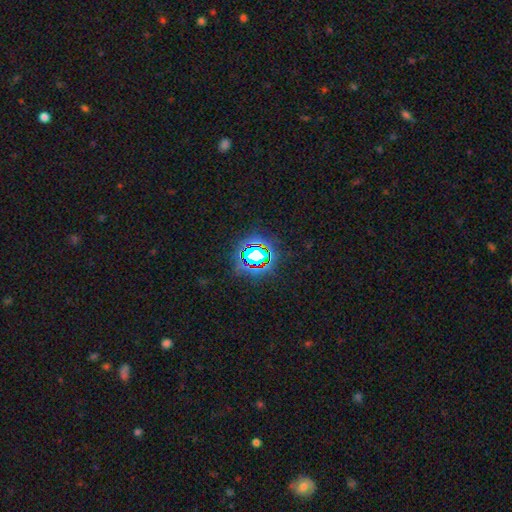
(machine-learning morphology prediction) This is likely a star or artifact rather than a galaxy (71%).